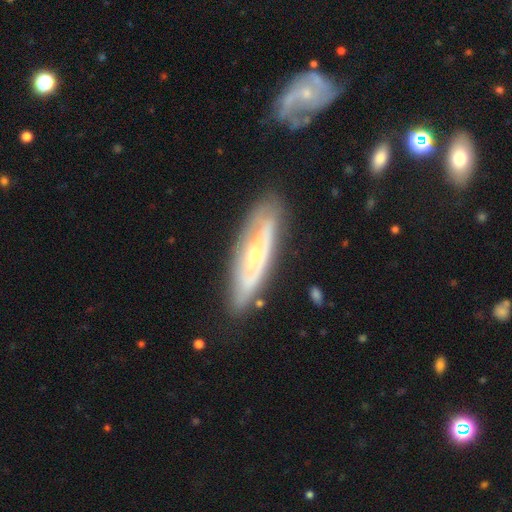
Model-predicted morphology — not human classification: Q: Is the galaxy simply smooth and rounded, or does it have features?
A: featured or disk — 73%.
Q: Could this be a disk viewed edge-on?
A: no — 74%.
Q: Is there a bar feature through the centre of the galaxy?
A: no — 68%.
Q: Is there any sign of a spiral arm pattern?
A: yes — 72%.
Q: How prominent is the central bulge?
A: small — 56%.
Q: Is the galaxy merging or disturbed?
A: none — 78%.